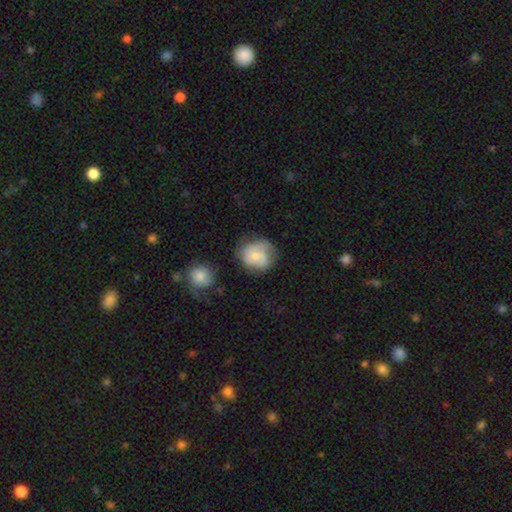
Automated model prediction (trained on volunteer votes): This appears to be a smooth galaxy with no disk features (50%). Merging: none (61%).